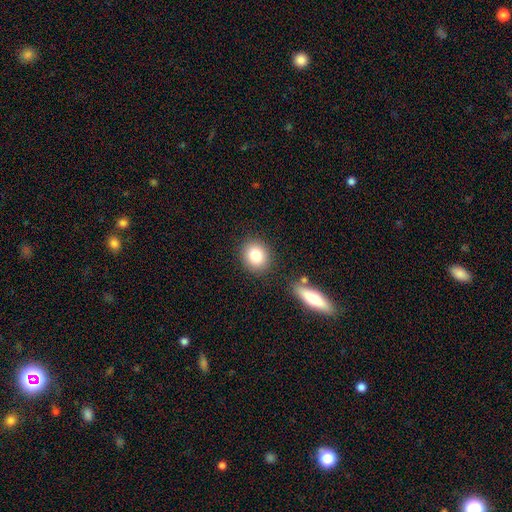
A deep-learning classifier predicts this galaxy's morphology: A smooth galaxy with no disk features (83%) that is round (73%).

Vote fractions:
- Smooth or featured? smooth: 83% / star or artifact: 9% / featured or disk: 8%
- How rounded? round: 73% / in between: 26% / cigar-shaped: 1%
- Merging? none: 85% / minor disturbance: 9% / merger: 3% / major disturbance: 3%